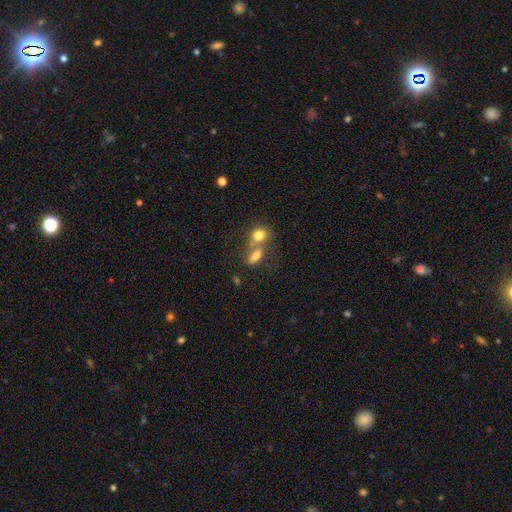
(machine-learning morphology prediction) smooth_or_featured: smooth (p=0.77) [alt: featured or disk p=0.12]
how_rounded: in between (p=0.72) [alt: round p=0.19]
merging: merger (p=0.53) [alt: none p=0.32]